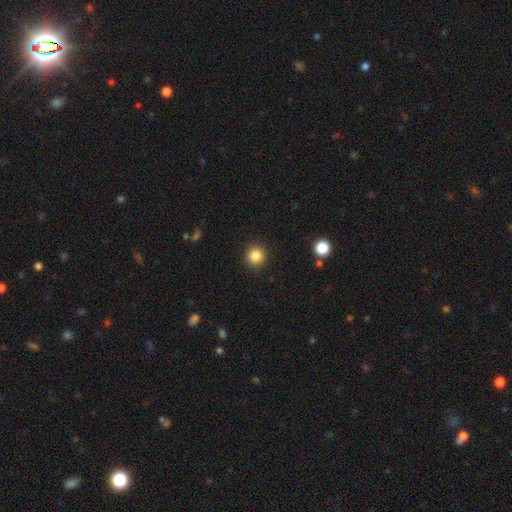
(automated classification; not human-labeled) Smooth or featured? Predicted: smooth (p=0.84). How rounded? Predicted: round (p=0.94). Merging? Predicted: none (p=0.92).